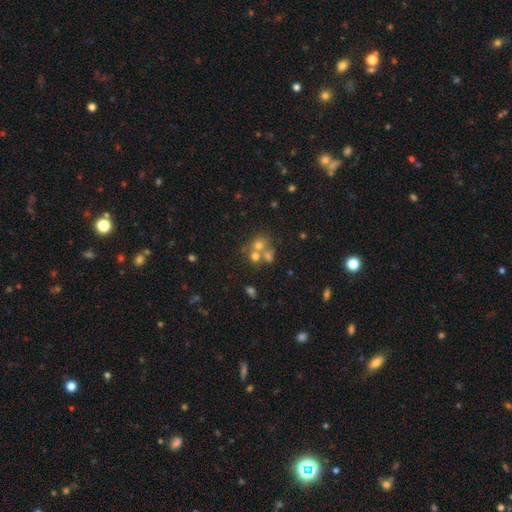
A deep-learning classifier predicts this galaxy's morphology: smooth-or-featured: smooth: 55% | featured or disk: 23% | star or artifact: 22%
  how-rounded: round: 78% | in between: 21% | cigar-shaped: 1%
  merging: merger: 48% | none: 40% | minor disturbance: 7% | major disturbance: 5%